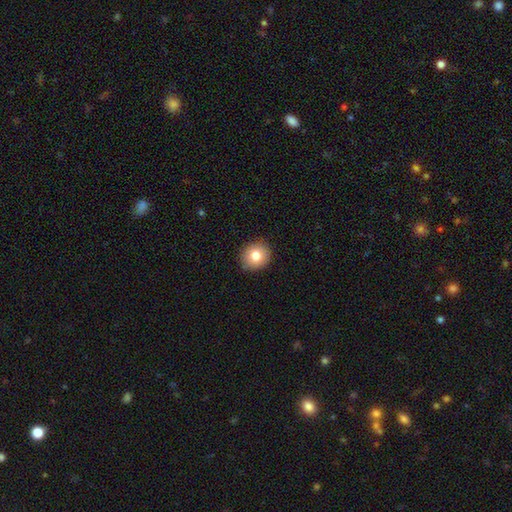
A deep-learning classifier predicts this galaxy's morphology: Overall: smooth (80%). How rounded: round (86%). Merging: none (90%).